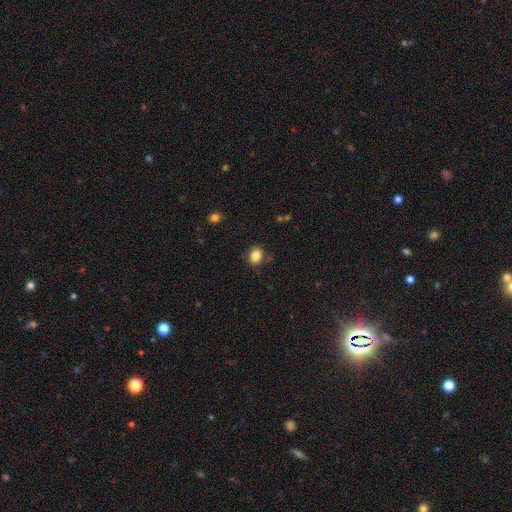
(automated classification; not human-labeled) Morphology: type=smooth (84%); roundness=in between (63%); merging=none (77%).